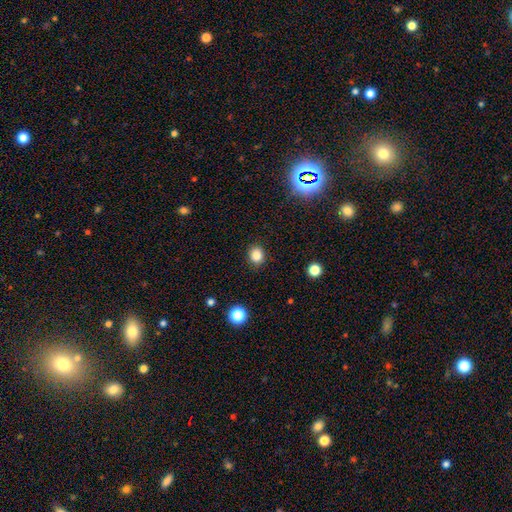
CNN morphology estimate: A smooth galaxy with no disk features (84%) that is round (72%).

Vote fractions:
- Smooth or featured? smooth: 84% / star or artifact: 12% / featured or disk: 4%
- How rounded? round: 72% / in between: 27% / cigar-shaped: 1%
- Merging? none: 89% / minor disturbance: 7% / major disturbance: 2% / merger: 1%